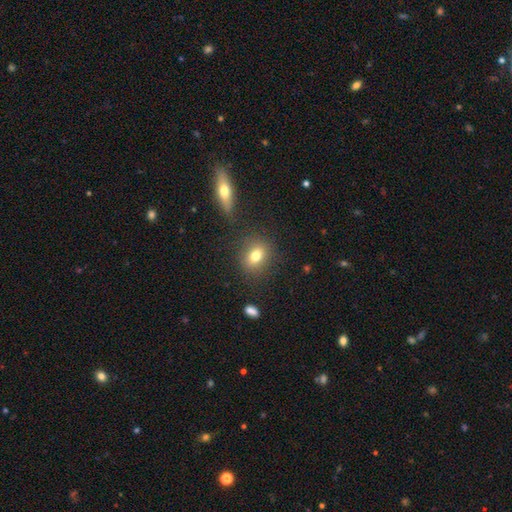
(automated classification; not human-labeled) Overall: smooth (77%). How rounded: round (54%; in between 44%). Merging: none (83%).